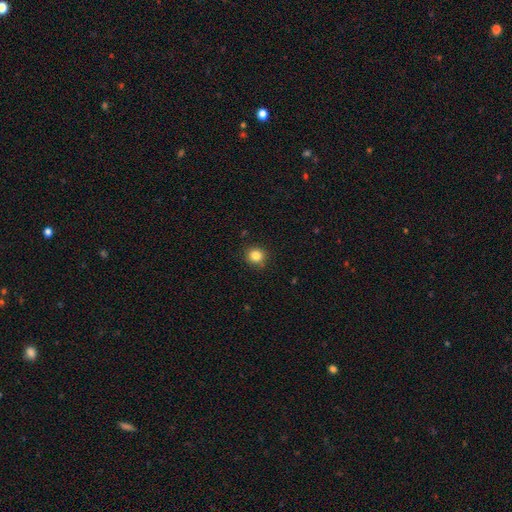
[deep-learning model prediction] A smooth galaxy with no disk features (84%) that is round (90%). Merging: none (88%).